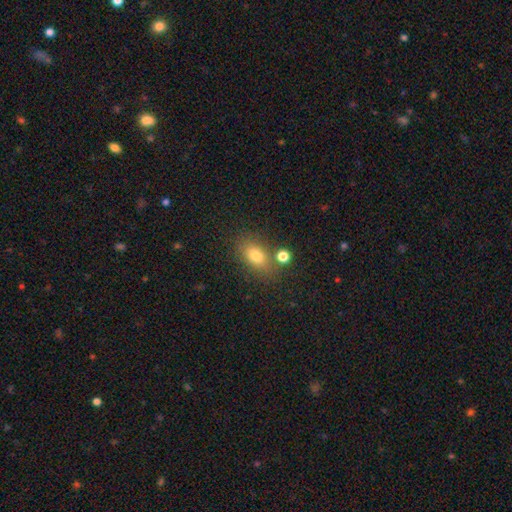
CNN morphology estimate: A smooth galaxy with no disk features (77%) that is in between round and cigar-shaped (78%).

Vote fractions:
- Smooth or featured? smooth: 77% / star or artifact: 12% / featured or disk: 11%
- How rounded? in between: 78% / round: 18% / cigar-shaped: 4%
- Merging? none: 73% / minor disturbance: 13% / merger: 10% / major disturbance: 4%